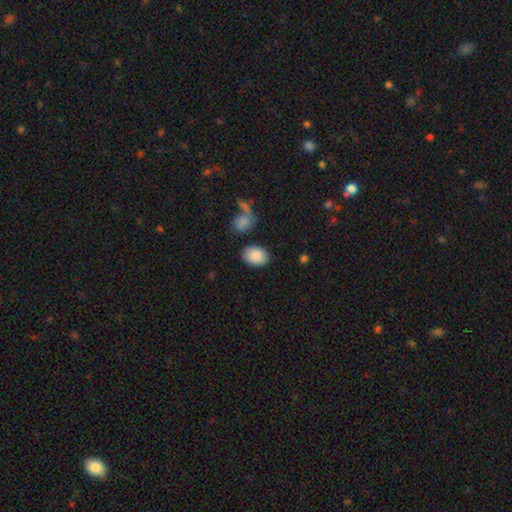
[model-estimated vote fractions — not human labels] smooth_or_featured: smooth (p=0.88) [alt: star or artifact p=0.07]
how_rounded: in between (p=0.77) [alt: round p=0.22]
merging: none (p=0.81) [alt: minor disturbance p=0.11]